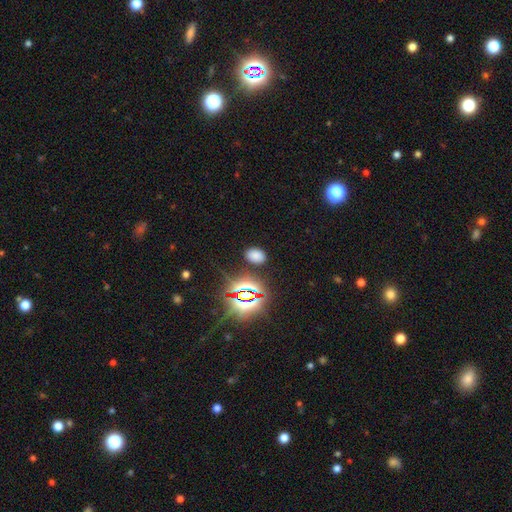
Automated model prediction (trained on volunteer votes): Overall: smooth (67%; star or artifact 27%). How rounded: in between (84%). Merging: none (85%).